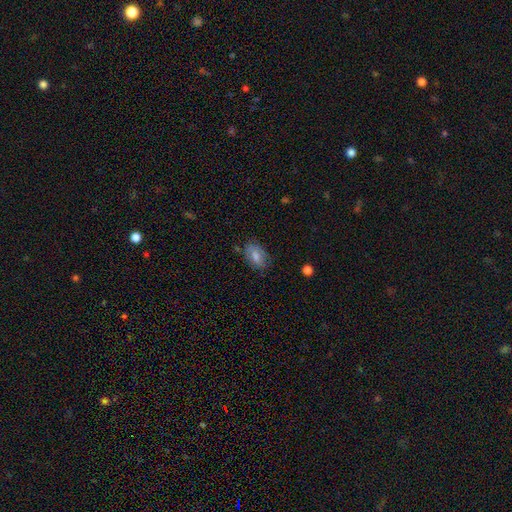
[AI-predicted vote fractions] smooth-or-featured: smooth: 60% | featured or disk: 28% | star or artifact: 12%
  how-rounded: in between: 86% | round: 10% | cigar-shaped: 3%
  merging: none: 77% | minor disturbance: 17% | major disturbance: 4% | merger: 2%